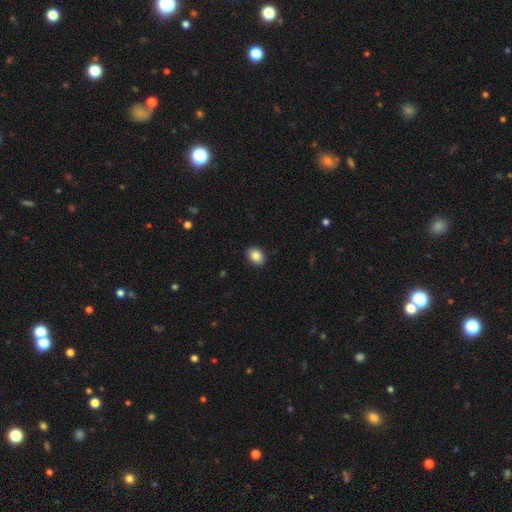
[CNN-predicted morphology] Q: Smooth or featured?
A: smooth (88%); runner-up: star or artifact (8%)
Q: How rounded?
A: in between (70%); runner-up: round (29%)
Q: Merging?
A: none (90%); runner-up: minor disturbance (7%)